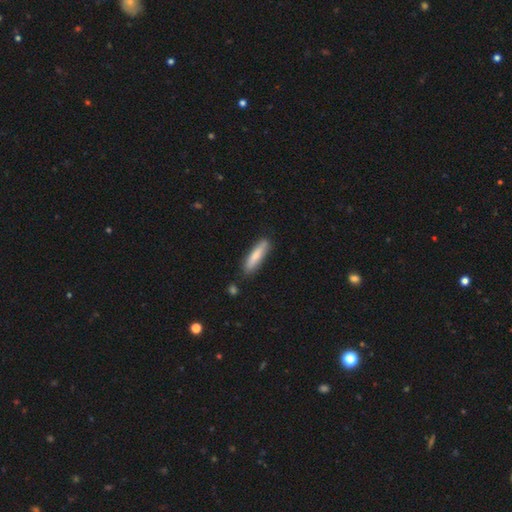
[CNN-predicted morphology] This appears to be a smooth galaxy with no disk features (77%) that is cigar-shaped (81%). Merging: none (84%).